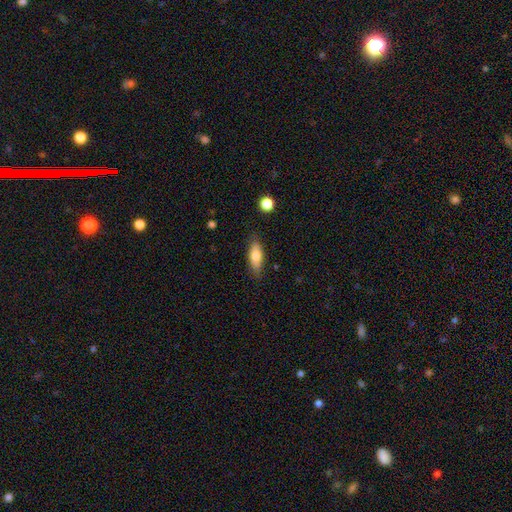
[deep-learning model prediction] smooth_or_featured: smooth (p=0.75) [alt: featured or disk p=0.19]
how_rounded: in between (p=0.72) [alt: cigar-shaped p=0.25]
merging: none (p=0.82) [alt: minor disturbance p=0.14]